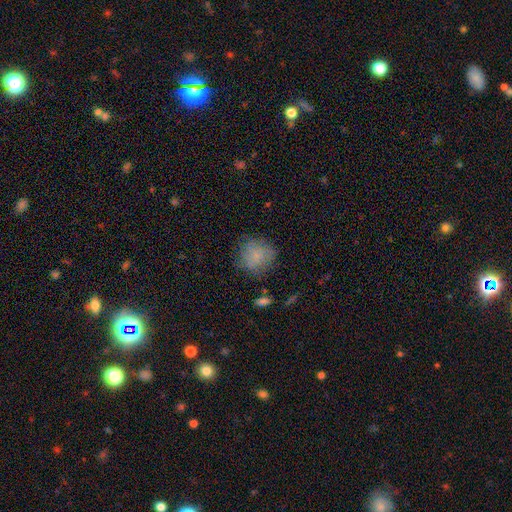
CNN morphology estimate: A smooth galaxy with no disk features (76%) that is round (85%).

Vote fractions:
- Smooth or featured? smooth: 76% / featured or disk: 14% / star or artifact: 10%
- How rounded? round: 85% / in between: 14% / cigar-shaped: 1%
- Merging? none: 68% / minor disturbance: 21% / major disturbance: 8% / merger: 2%